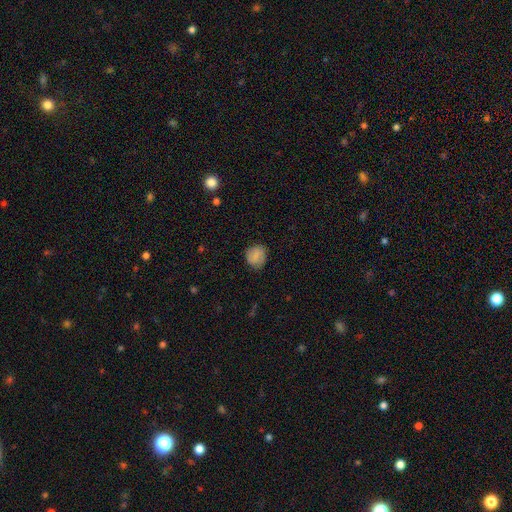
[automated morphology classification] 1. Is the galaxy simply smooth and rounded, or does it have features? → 82% smooth, 10% featured or disk, 9% star or artifact.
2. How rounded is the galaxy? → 75% round, 23% in between, 1% cigar-shaped.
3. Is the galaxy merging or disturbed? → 76% none, 18% minor disturbance, 4% major disturbance, 1% merger.